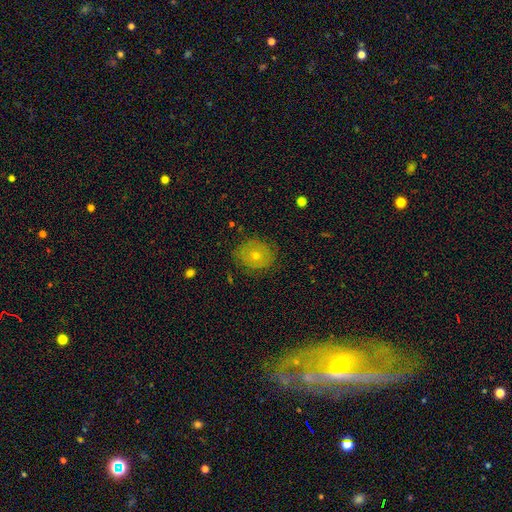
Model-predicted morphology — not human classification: Smooth or featured? Predicted: smooth (p=0.54). How rounded? Predicted: round (p=0.72). Merging? Predicted: none (p=0.84).